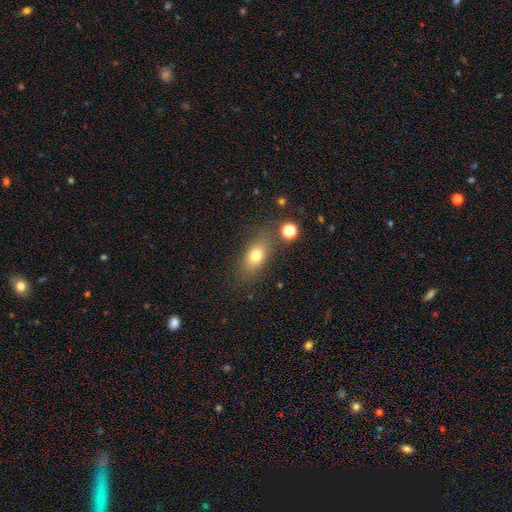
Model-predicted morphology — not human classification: type=smooth (74%); roundness=in between (76%); merging=none (77%).